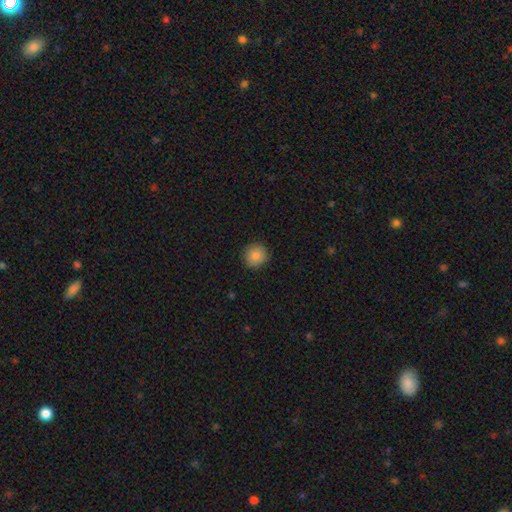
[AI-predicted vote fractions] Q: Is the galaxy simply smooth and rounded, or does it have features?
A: smooth — 86%.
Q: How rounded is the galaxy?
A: round — 93%.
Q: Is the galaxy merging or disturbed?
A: none — 89%.